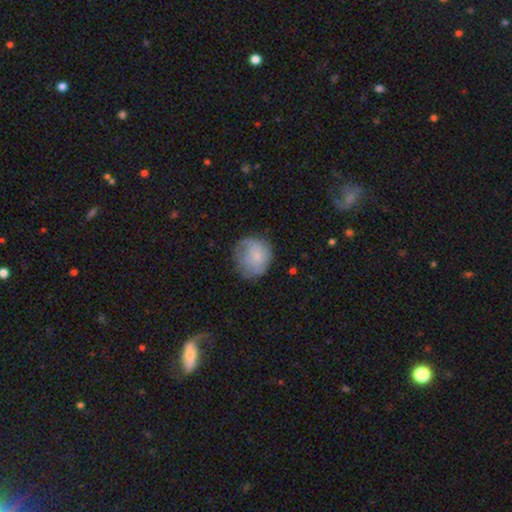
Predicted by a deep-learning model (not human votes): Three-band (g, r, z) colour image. It shows a smooth galaxy with no disk features (60%) that is round (75%). Merging: none (54%).